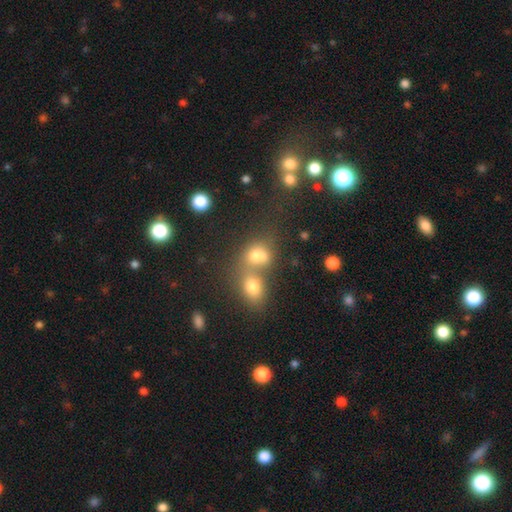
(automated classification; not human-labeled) Overall: smooth (71%). How rounded: in between (49%, tied with round). Merging: merger (56%; none 30%).